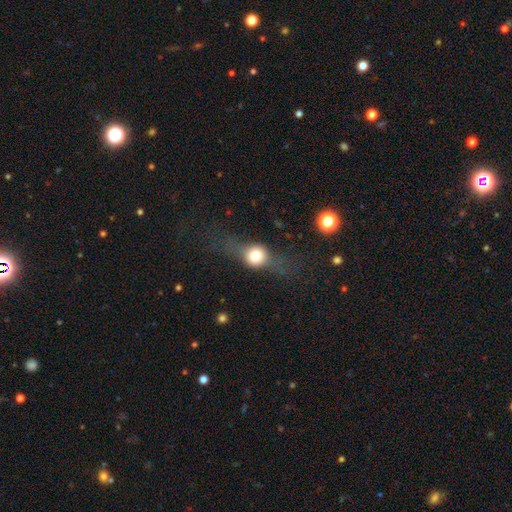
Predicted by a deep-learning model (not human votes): smooth 50%, featured or disk 39%, star or artifact 11%. Down the decision tree: merging — none (58%).